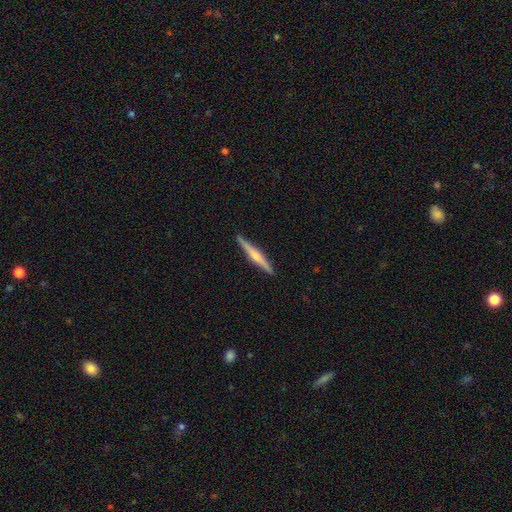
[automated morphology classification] Smooth or featured: featured or disk — 65% (smooth — 30%)
Edge-on disk: yes — 98% (no — 2%)
Edge-on bulge: rounded — 76% (none — 14%)
Merging: none — 91% (minor disturbance — 6%)